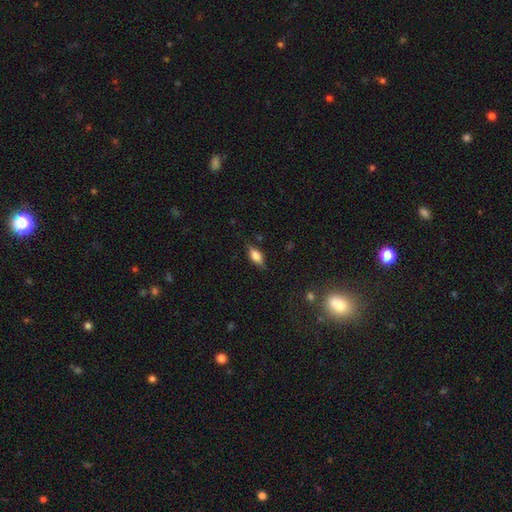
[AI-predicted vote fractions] smooth_or_featured: smooth (p=0.55) [alt: featured or disk p=0.37]
how_rounded: in between (p=0.72) [alt: cigar-shaped p=0.24]
merging: none (p=0.80) [alt: minor disturbance p=0.15]